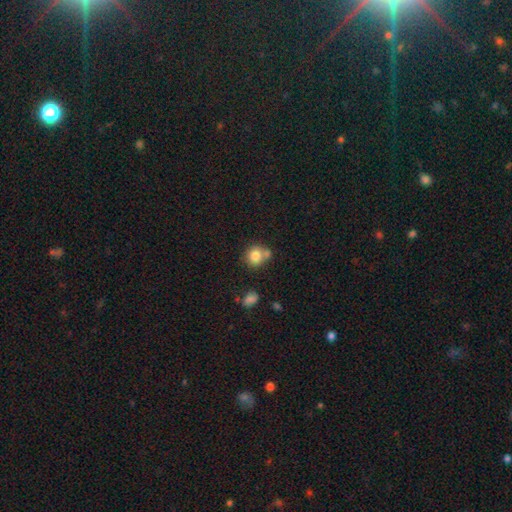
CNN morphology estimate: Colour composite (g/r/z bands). It shows a smooth galaxy with no disk features (81%) that is round (80%). Merging: none (52%).